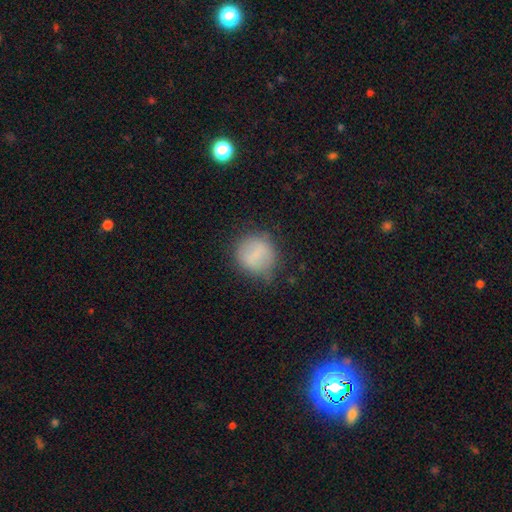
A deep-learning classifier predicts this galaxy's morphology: Smooth or featured: smooth — 75% (featured or disk — 16%)
How rounded: round — 83% (in between — 15%)
Merging: none — 65% (minor disturbance — 24%)